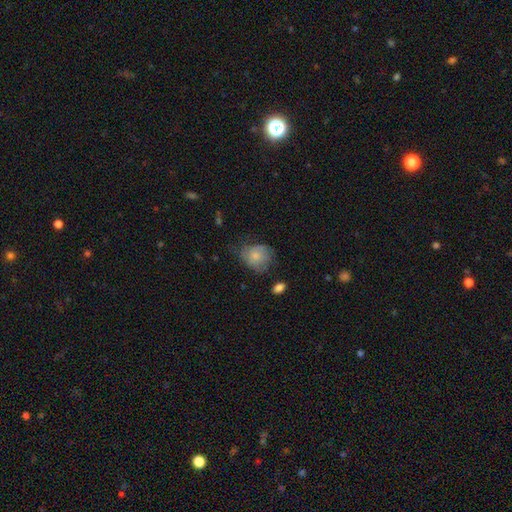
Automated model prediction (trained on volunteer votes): Morphology: type=smooth (70%); roundness=round (61%); merging=none (48%).